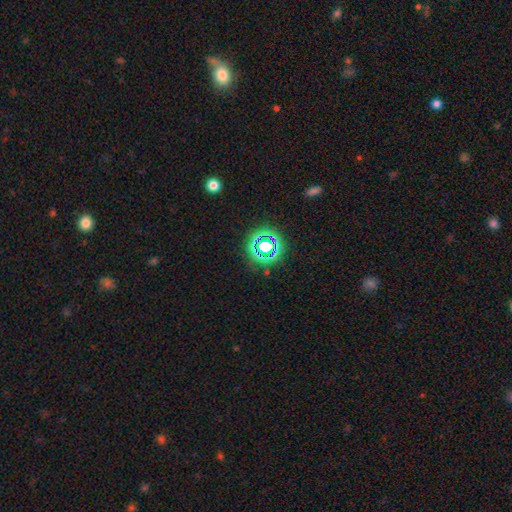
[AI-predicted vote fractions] A star or artifact, not a galaxy (74%).